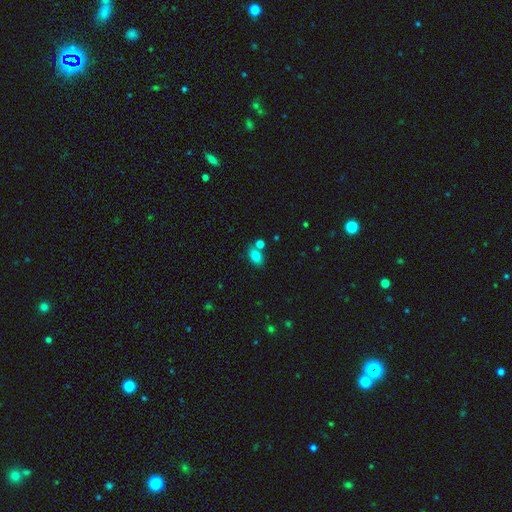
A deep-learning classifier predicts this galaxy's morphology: A smooth galaxy with no disk features (81%) that is in between round and cigar-shaped (81%).

Vote fractions:
- Smooth or featured? smooth: 81% / star or artifact: 11% / featured or disk: 8%
- How rounded? in between: 81% / round: 17% / cigar-shaped: 2%
- Merging? none: 61% / merger: 22% / minor disturbance: 13% / major disturbance: 4%